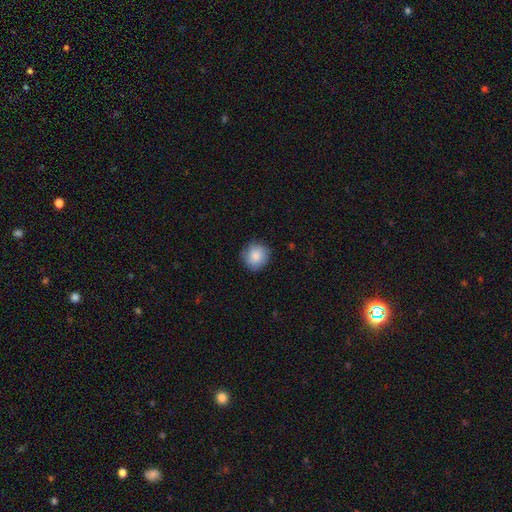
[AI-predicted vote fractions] This is clearly a smooth galaxy (86%). How rounded: clearly round (92%). Merging: clearly none (85%).